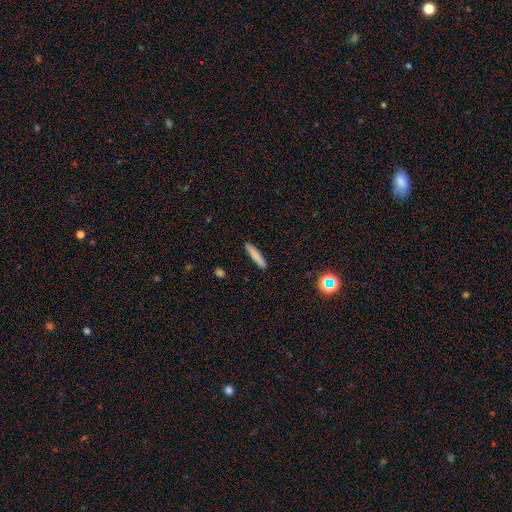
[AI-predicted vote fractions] This appears to be a smooth galaxy with no disk features (81%) that is cigar-shaped (90%). Merging: none (91%).